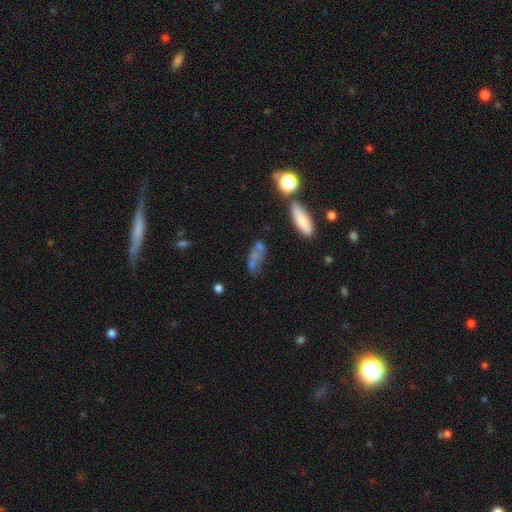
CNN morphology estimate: A smooth galaxy with no disk features (55%) that is in between round and cigar-shaped (62%).

Vote fractions:
- Smooth or featured? smooth: 55% / featured or disk: 26% / star or artifact: 19%
- How rounded? in between: 62% / cigar-shaped: 27% / round: 10%
- Merging? none: 44% / minor disturbance: 20% / merger: 18% / major disturbance: 17%